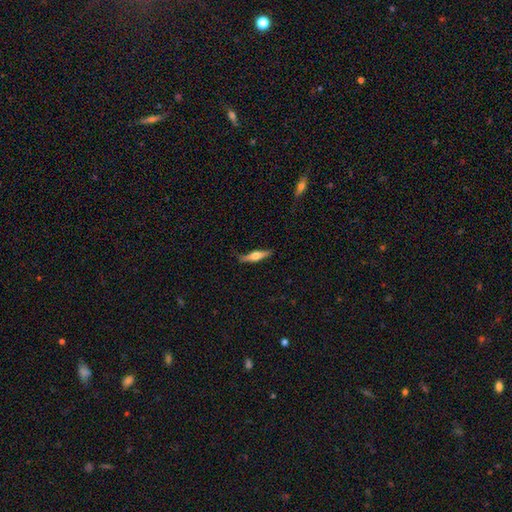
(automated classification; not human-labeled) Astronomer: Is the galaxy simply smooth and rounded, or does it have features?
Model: featured or disk — 54% (runner-up: smooth, 40%).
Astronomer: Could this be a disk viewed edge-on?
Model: yes — 95%.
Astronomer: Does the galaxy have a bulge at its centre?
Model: rounded — 91%.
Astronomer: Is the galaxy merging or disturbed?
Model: none — 80%.